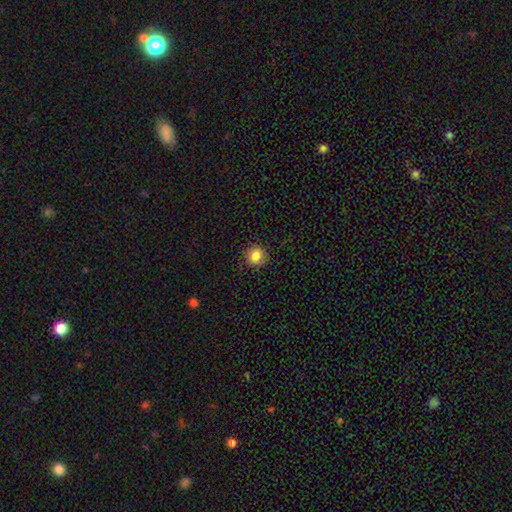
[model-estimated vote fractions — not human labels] smooth-or-featured: smooth: 85% | star or artifact: 11% | featured or disk: 5%
  how-rounded: round: 93% | in between: 6% | cigar-shaped: 1%
  merging: none: 91% | minor disturbance: 7% | major disturbance: 2% | merger: 1%